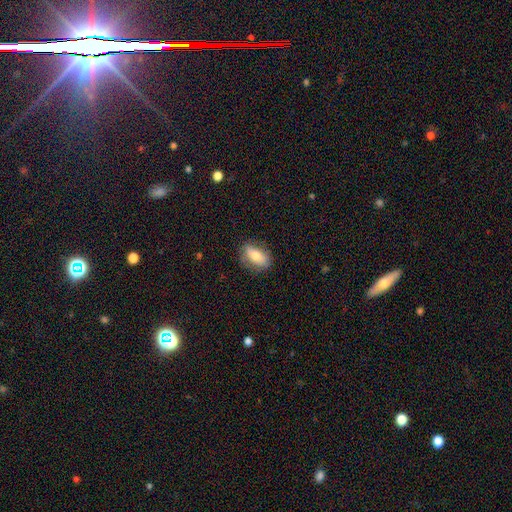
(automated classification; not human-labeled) This appears to be a smooth galaxy with no disk features (68%) that is in between round and cigar-shaped (85%). Merging: none (77%).